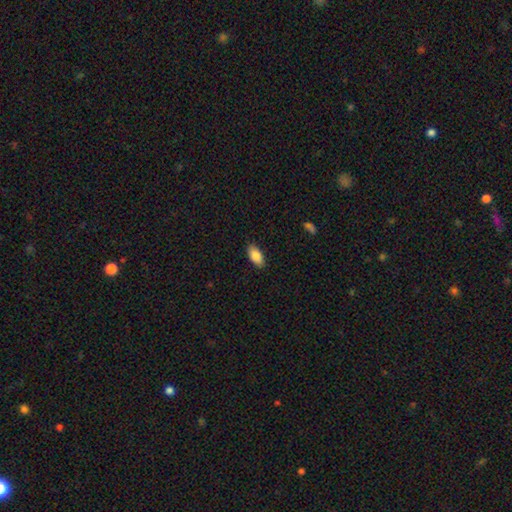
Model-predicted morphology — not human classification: A smooth galaxy with no disk features (86%) that is in between round and cigar-shaped (92%). Merging: none (88%).